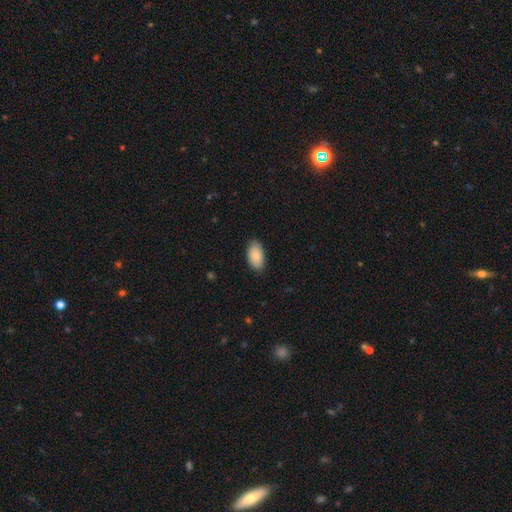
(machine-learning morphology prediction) Smooth or featured: smooth — 88% (featured or disk — 7%)
How rounded: in between — 95% (round — 3%)
Merging: none — 85% (minor disturbance — 11%)